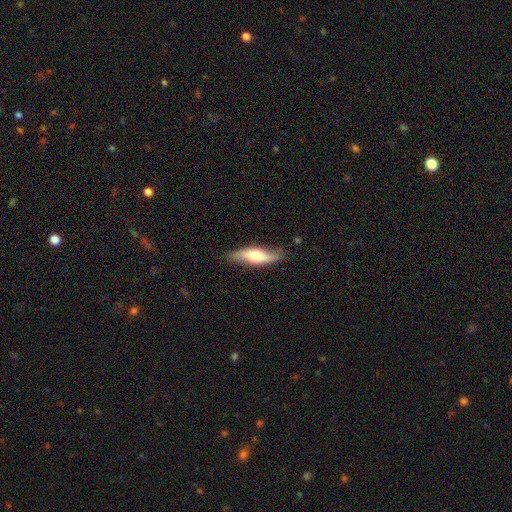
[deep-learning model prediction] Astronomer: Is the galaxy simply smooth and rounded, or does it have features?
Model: smooth — 54% (runner-up: featured or disk, 40%).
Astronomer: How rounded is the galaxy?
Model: cigar-shaped — 56% (runner-up: in between, 42%).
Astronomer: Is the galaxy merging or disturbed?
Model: none — 75%.